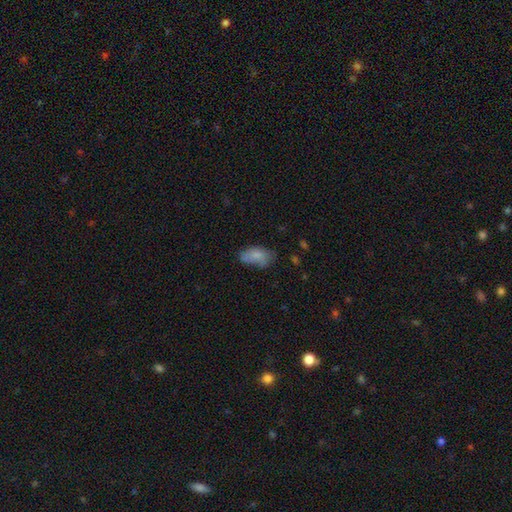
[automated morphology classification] Overall: smooth (80%). How rounded: in between (93%). Merging: none (49%; minor disturbance 32%).